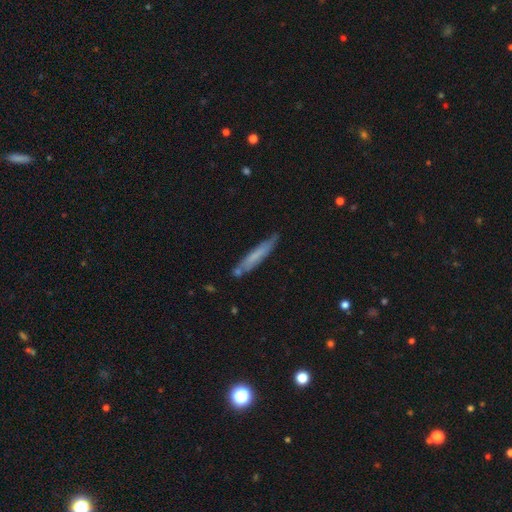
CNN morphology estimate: A smooth galaxy with no disk features (64%) that is cigar-shaped (92%).

Vote fractions:
- Smooth or featured? smooth: 64% / featured or disk: 30% / star or artifact: 6%
- How rounded? cigar-shaped: 92% / in between: 7% / round: 1%
- Merging? none: 72% / minor disturbance: 18% / merger: 6% / major disturbance: 3%